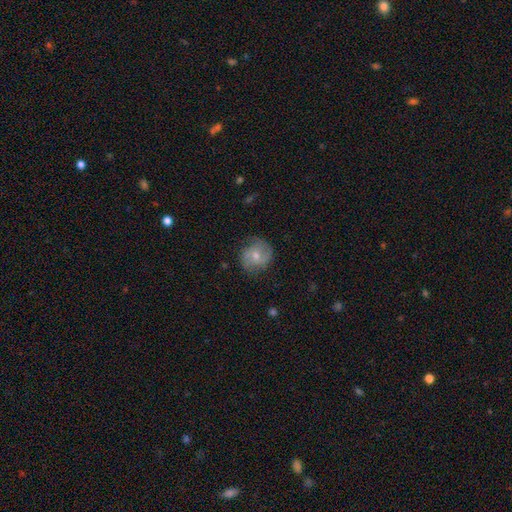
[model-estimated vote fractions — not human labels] This appears to be a featured or disk galaxy (52%) with no bar (59%), spiral arms (83%) and a small central bulge (49%). Merging: none (73%).